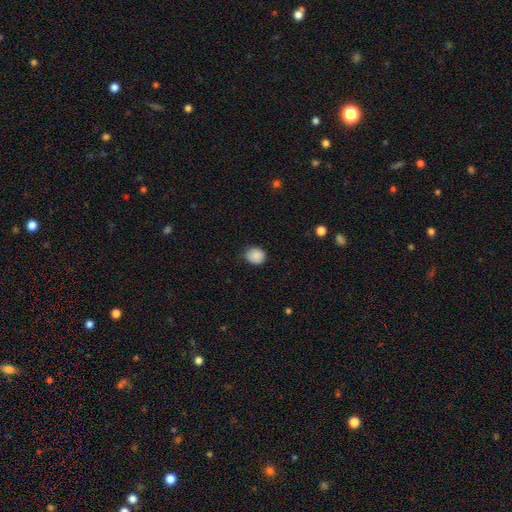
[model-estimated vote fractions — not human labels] A smooth galaxy with no disk features (88%) that is round (66%). Merging: none (80%).